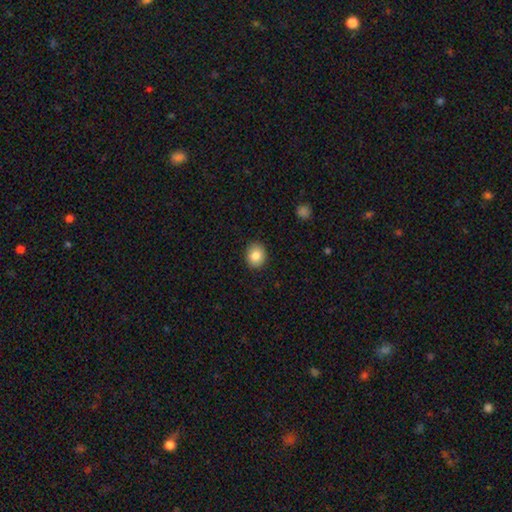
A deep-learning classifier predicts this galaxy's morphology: Overall: smooth (84%). How rounded: round (66%; in between 33%). Merging: none (89%).